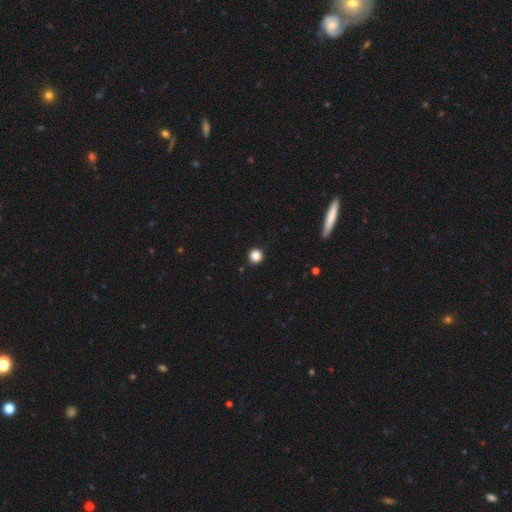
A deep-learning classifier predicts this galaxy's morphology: The model was most divided on "smooth or featured": smooth: 86%, star or artifact: 11%, featured or disk: 3%. More confident: how rounded — round (96%); merging — none (92%).